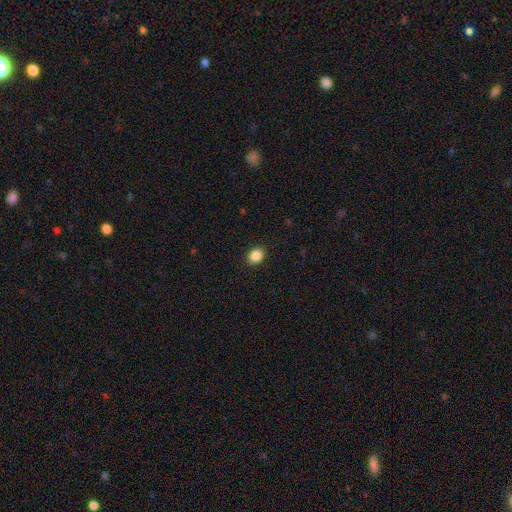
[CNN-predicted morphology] The model was most divided on "how rounded": in between: 63%, round: 36%, cigar-shaped: 1%. More confident: merging — none (90%); smooth or featured — smooth (88%).